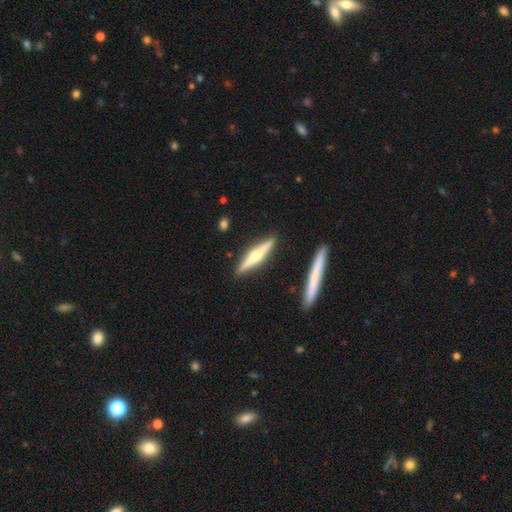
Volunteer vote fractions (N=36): smooth-or-featured: featured or disk: 67% | smooth: 33% | star or artifact: 0%
  disk-edge-on: yes: 100% | no: 0%
    edge-on-bulge: rounded: 96% | boxy: 4% | none: 0%
  merging: none: 89% | minor disturbance: 8% | merger: 3% | major disturbance: 0%